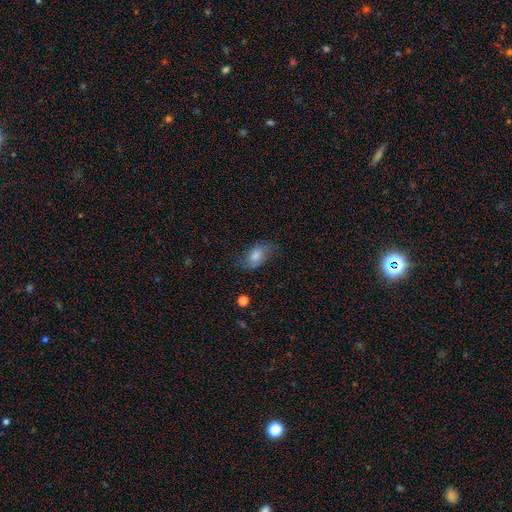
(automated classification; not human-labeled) This appears to be a smooth galaxy with no disk features (67%) that is in between round and cigar-shaped (86%). Merging: none (67%).